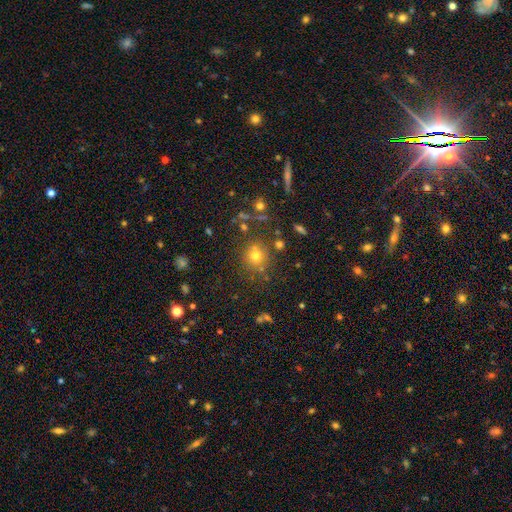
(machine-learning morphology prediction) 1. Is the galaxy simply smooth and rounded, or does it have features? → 67% smooth, 23% star or artifact, 10% featured or disk.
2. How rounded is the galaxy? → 89% round, 10% in between, 1% cigar-shaped.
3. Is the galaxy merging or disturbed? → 77% none, 10% minor disturbance, 9% merger, 4% major disturbance.